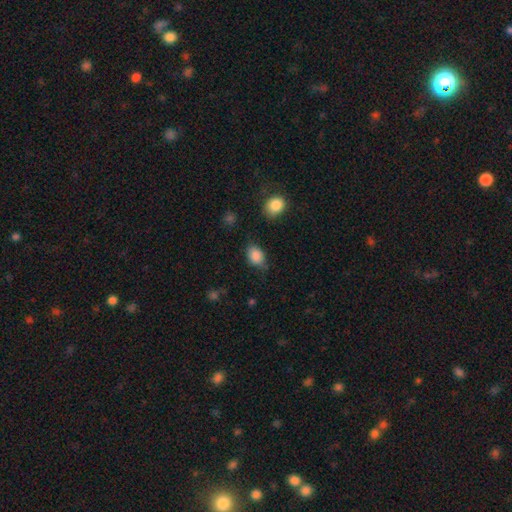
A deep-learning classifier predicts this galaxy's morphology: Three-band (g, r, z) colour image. It shows a smooth galaxy with no disk features (86%) that is in between round and cigar-shaped (71%). Merging: none (64%).